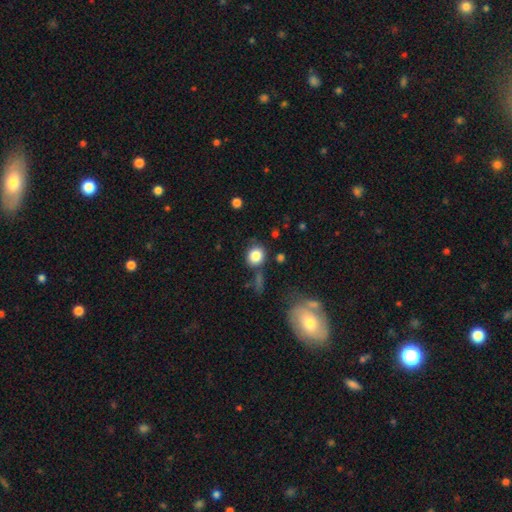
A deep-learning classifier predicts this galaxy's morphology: Smooth or featured: smooth — 84% (star or artifact — 10%)
How rounded: round — 79% (in between — 20%)
Merging: none — 74% (minor disturbance — 15%)